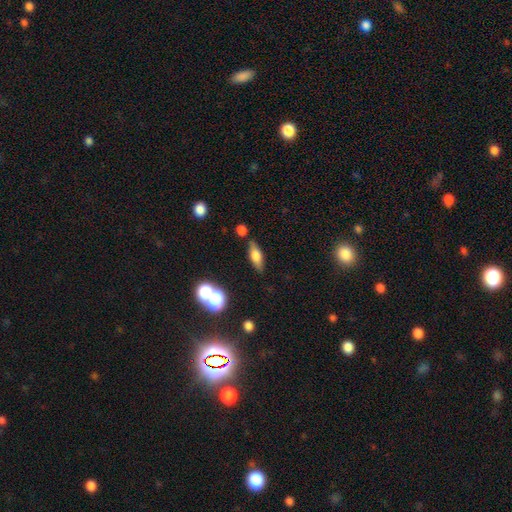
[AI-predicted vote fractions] Smooth or featured?
  - smooth: 58% *
  - featured or disk: 32%
  - star or artifact: 10%
How rounded?
  - in between: 62% *
  - cigar-shaped: 32%
  - round: 5%
Merging?
  - none: 77% *
  - minor disturbance: 13%
  - merger: 6%
  - major disturbance: 4%